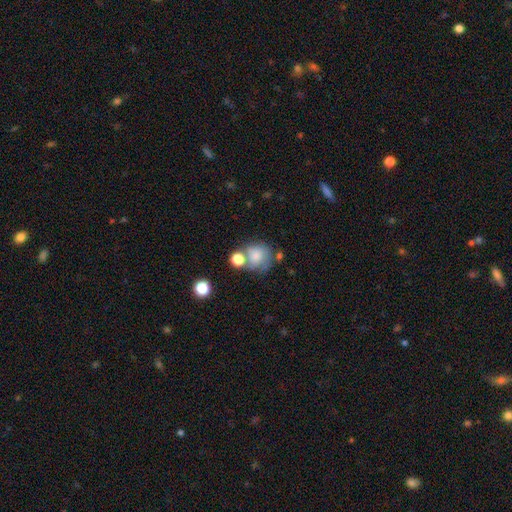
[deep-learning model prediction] This appears to be a smooth galaxy with no disk features (75%) that is round (79%). Merging: none (45%).